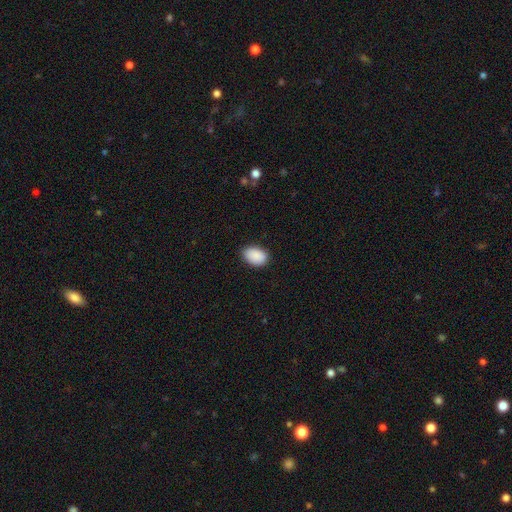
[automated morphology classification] This appears to be a smooth galaxy with no disk features (90%) that is in between round and cigar-shaped (88%). Merging: none (82%).